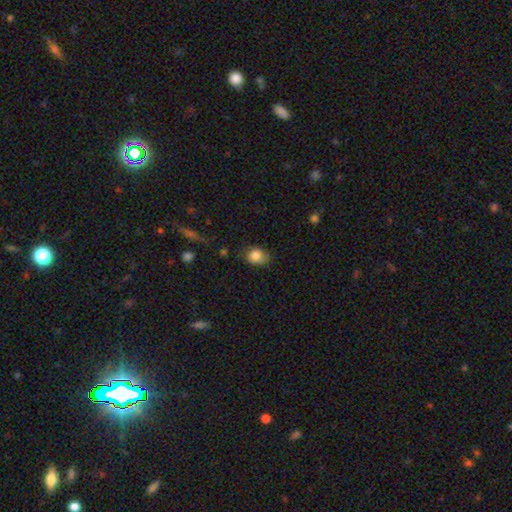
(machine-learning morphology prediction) Q: Smooth or featured?
A: smooth (85%); runner-up: star or artifact (9%)
Q: How rounded?
A: in between (52%); runner-up: round (47%)
Q: Merging?
A: none (74%); runner-up: minor disturbance (20%)